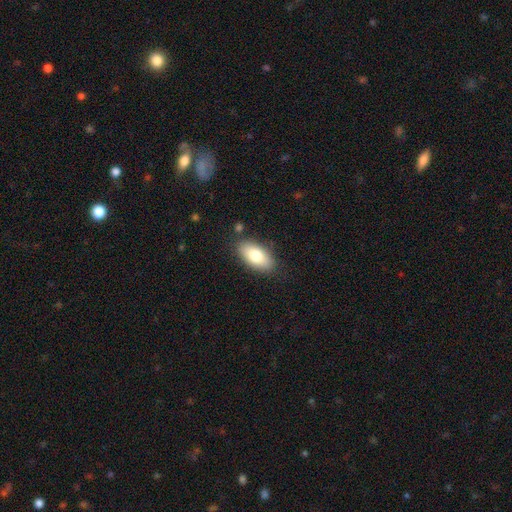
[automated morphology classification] Smooth or featured: smooth — 77% (featured or disk — 16%)
How rounded: in between — 91% (cigar-shaped — 6%)
Merging: none — 84% (minor disturbance — 11%)